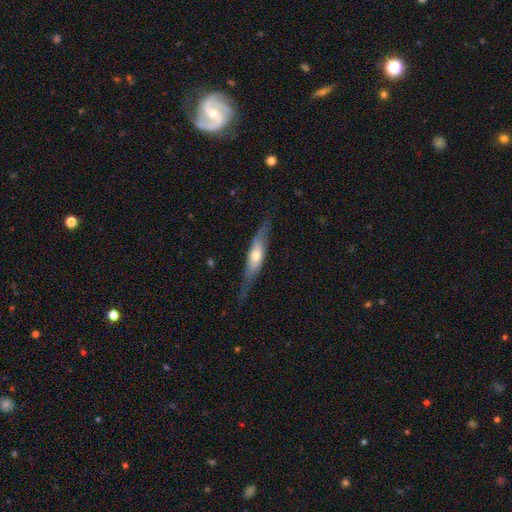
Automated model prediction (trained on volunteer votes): A featured or disk galaxy (54%) viewed edge-on (75%). Merging: none (66%).